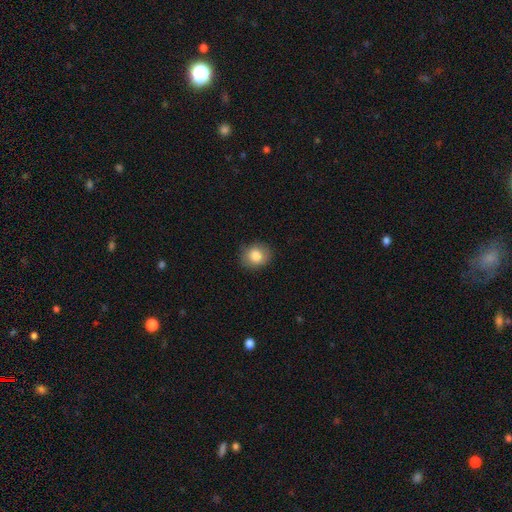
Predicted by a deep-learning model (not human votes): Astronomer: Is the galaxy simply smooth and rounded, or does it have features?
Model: smooth — 83%.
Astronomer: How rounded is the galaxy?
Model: round — 71%.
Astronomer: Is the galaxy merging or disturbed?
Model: none — 84%.